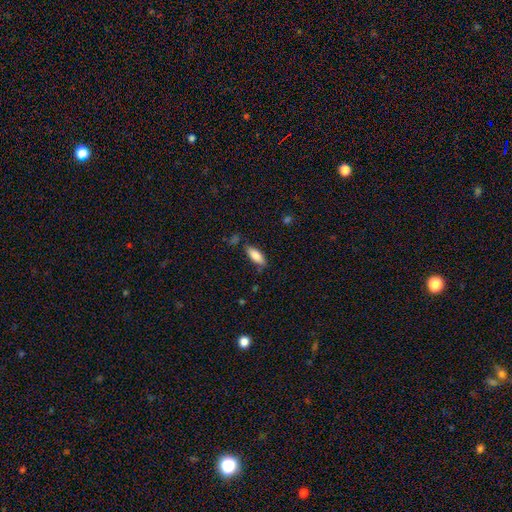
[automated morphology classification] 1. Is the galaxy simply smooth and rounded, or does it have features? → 83% smooth, 10% featured or disk, 6% star or artifact.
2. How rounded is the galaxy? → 76% in between, 22% cigar-shaped, 2% round.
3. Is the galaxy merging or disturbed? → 77% none, 16% minor disturbance, 4% major disturbance, 3% merger.